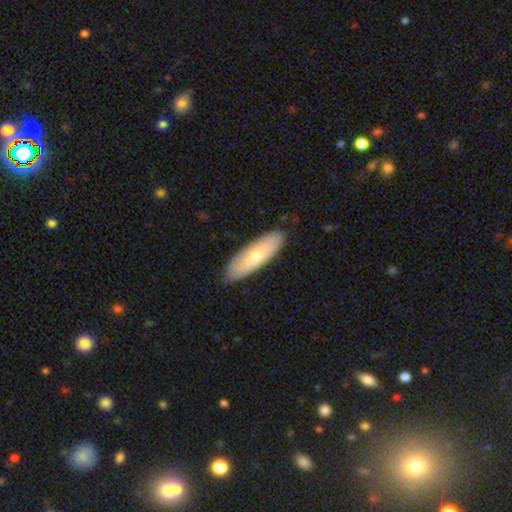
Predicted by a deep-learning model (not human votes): A smooth galaxy with no disk features (63%) that is in between round and cigar-shaped (50%).

Vote fractions:
- Smooth or featured? smooth: 63% / featured or disk: 32% / star or artifact: 5%
- How rounded? in between: 50% / cigar-shaped: 48% / round: 2%
- Merging? none: 87% / minor disturbance: 10% / major disturbance: 2% / merger: 1%